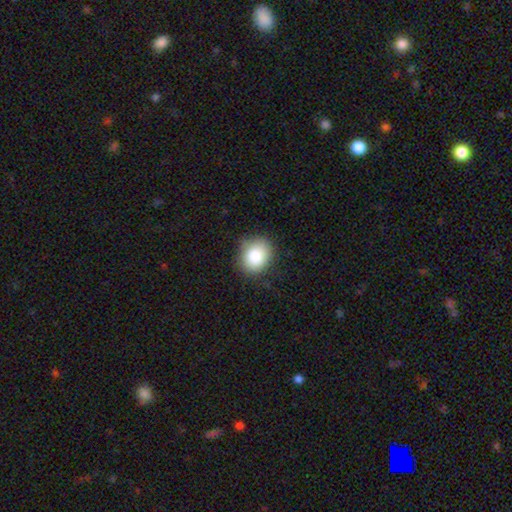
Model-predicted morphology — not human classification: This is clearly a smooth galaxy (85%). How rounded: likely round (64%). Merging: clearly none (81%).